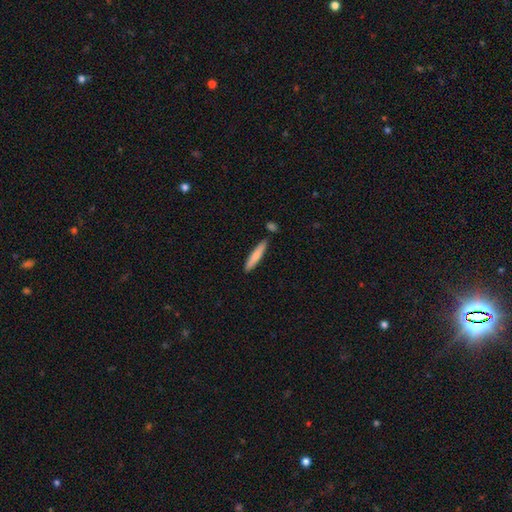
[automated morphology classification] smooth_or_featured: smooth (p=0.75) [alt: featured or disk p=0.20]
how_rounded: cigar-shaped (p=0.91) [alt: in between p=0.08]
merging: none (p=0.84) [alt: minor disturbance p=0.10]